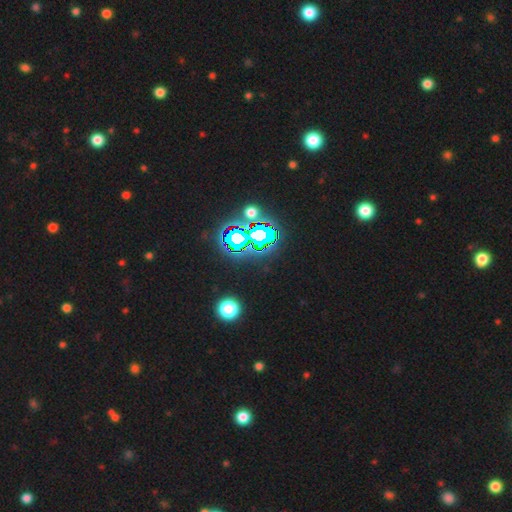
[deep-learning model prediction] Overall: star or artifact (79%).